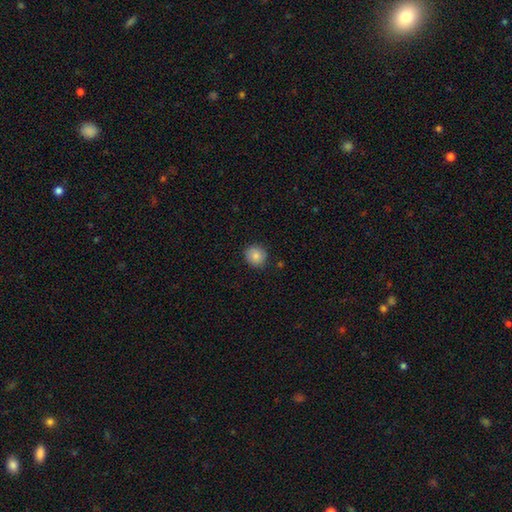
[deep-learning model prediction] This is clearly a smooth galaxy (84%). How rounded: clearly round (87%). Merging: clearly none (87%).